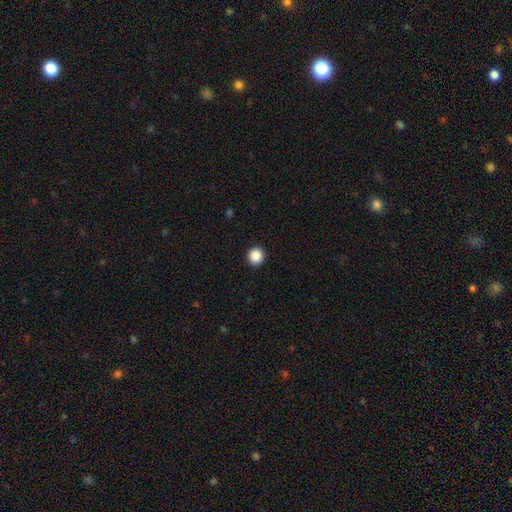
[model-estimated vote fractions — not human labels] Q: Smooth or featured?
A: smooth (88%); runner-up: star or artifact (10%)
Q: How rounded?
A: round (93%); runner-up: in between (6%)
Q: Merging?
A: none (93%); runner-up: minor disturbance (4%)